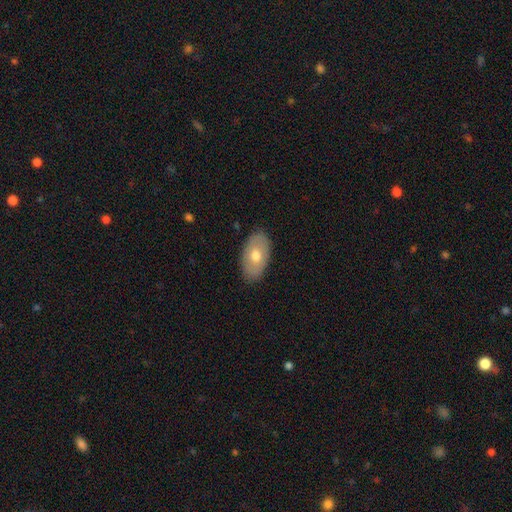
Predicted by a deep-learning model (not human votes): Smooth or featured? smooth (56%)
How rounded? in between (93%)
Merging? none (87%)